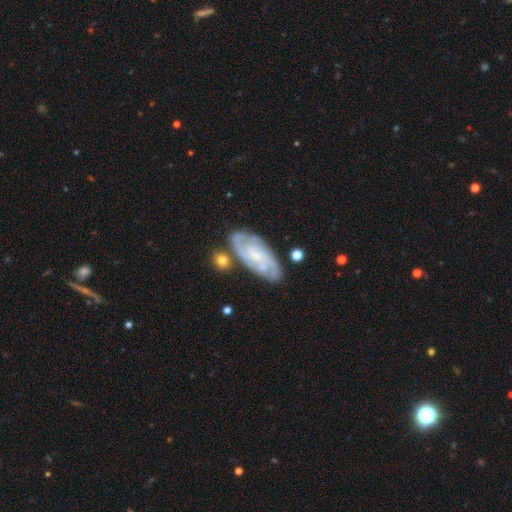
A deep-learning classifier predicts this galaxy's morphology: This appears to be a featured or disk galaxy (83%) with no bar (59%), 3 (33%) tight (59%) spiral arms (97%) and a small central bulge (57%). Merging: none (75%).